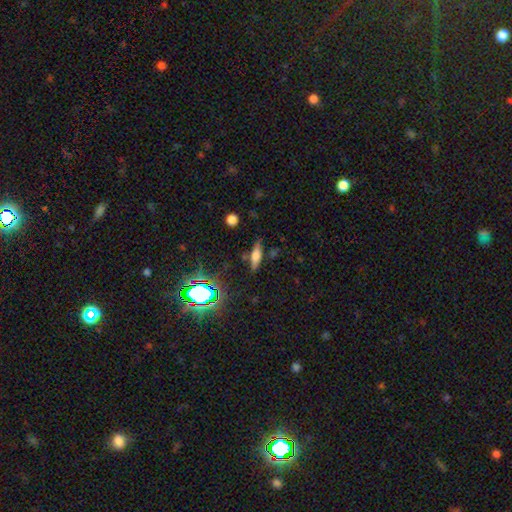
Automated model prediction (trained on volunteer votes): A smooth galaxy with no disk features (53%) that is cigar-shaped (55%). Merging: none (77%).